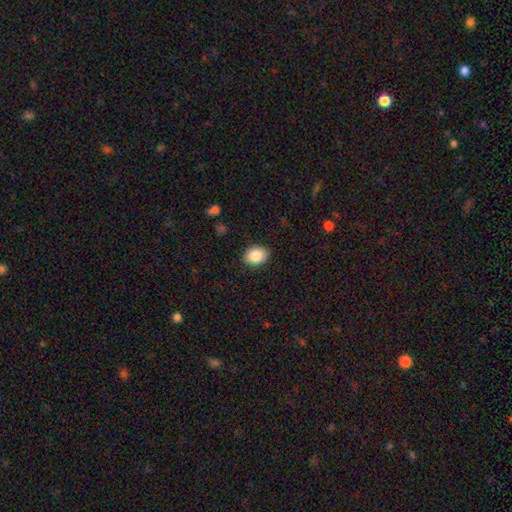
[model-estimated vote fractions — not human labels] Overall: smooth (87%). How rounded: in between (65%; round 34%). Merging: none (89%).